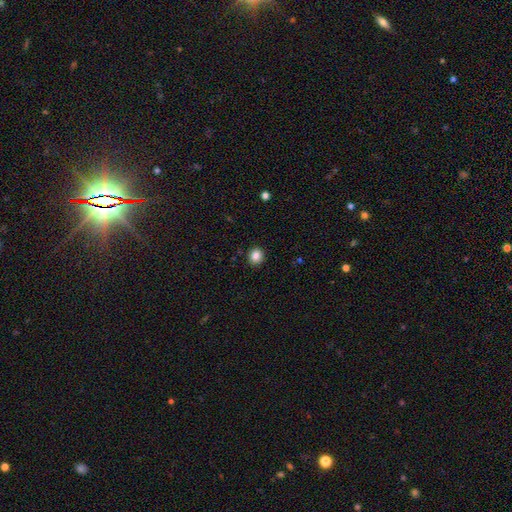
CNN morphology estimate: Smooth or featured? smooth (85%)
How rounded? round (86%)
Merging? none (92%)